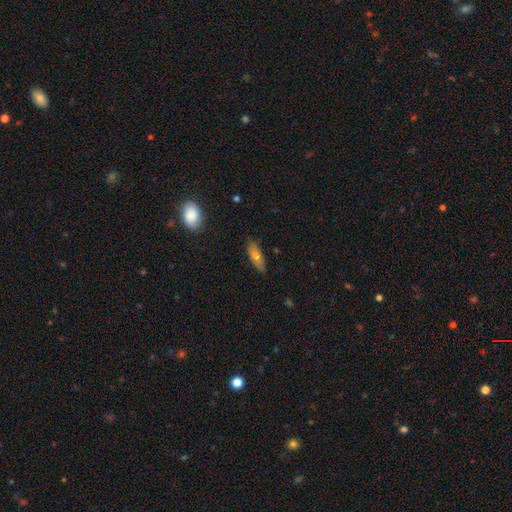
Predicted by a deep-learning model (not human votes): Smooth or featured? smooth (71%)
How rounded? in between (57%)
Merging? none (82%)